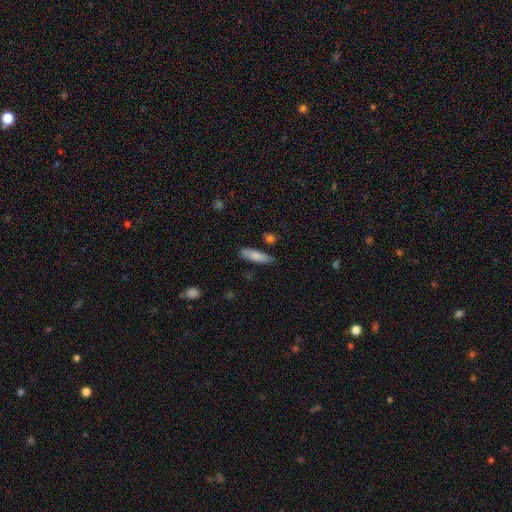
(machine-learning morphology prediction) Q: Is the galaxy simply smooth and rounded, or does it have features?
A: smooth — 83%.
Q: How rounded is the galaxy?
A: cigar-shaped — 59%.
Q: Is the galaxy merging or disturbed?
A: none — 77%.